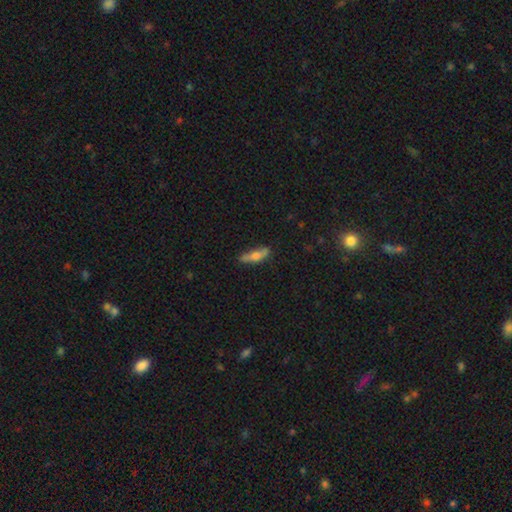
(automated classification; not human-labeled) Smooth or featured? smooth (56%)
How rounded? cigar-shaped (68%)
Merging? none (79%)